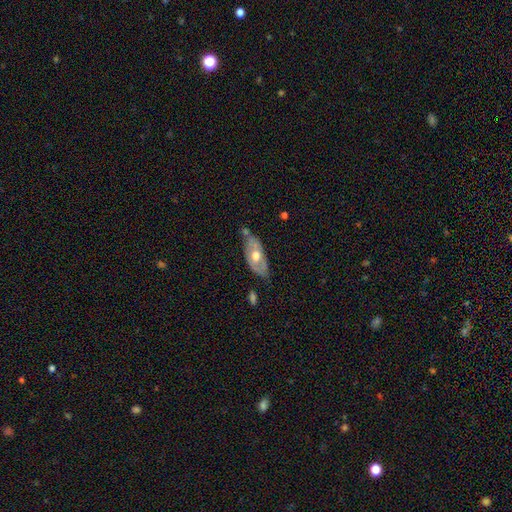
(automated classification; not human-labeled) Morphology: type=featured or disk (57%); edge-on=no (79%); merging=none (61%).